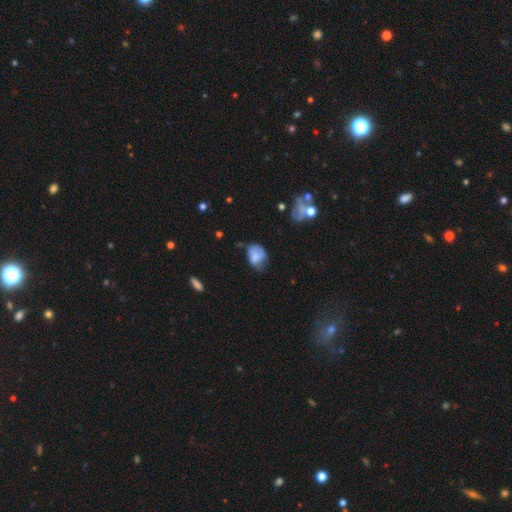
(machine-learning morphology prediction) smooth-or-featured: smooth: 67% | featured or disk: 24% | star or artifact: 10%
  how-rounded: in between: 69% | round: 29% | cigar-shaped: 1%
  merging: minor disturbance: 38% | none: 34% | major disturbance: 23% | merger: 5%